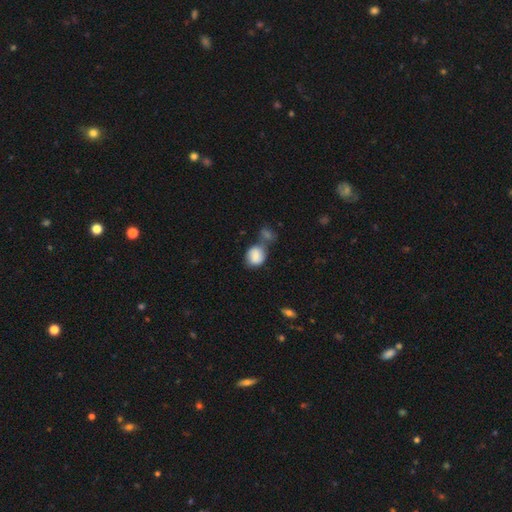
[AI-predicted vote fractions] Overall: smooth (79%). How rounded: round (53%; in between 46%). Merging: merger (43%; none 33%).